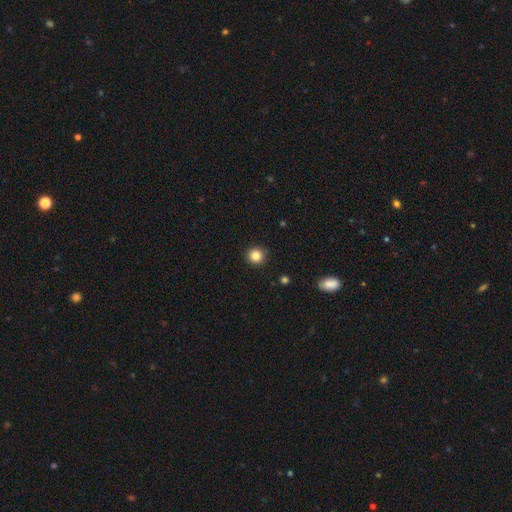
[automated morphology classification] Smooth or featured?
  - smooth: 85% *
  - star or artifact: 11%
  - featured or disk: 4%
How rounded?
  - round: 93% *
  - in between: 6%
  - cigar-shaped: 1%
Merging?
  - none: 91% *
  - minor disturbance: 6%
  - major disturbance: 2%
  - merger: 1%